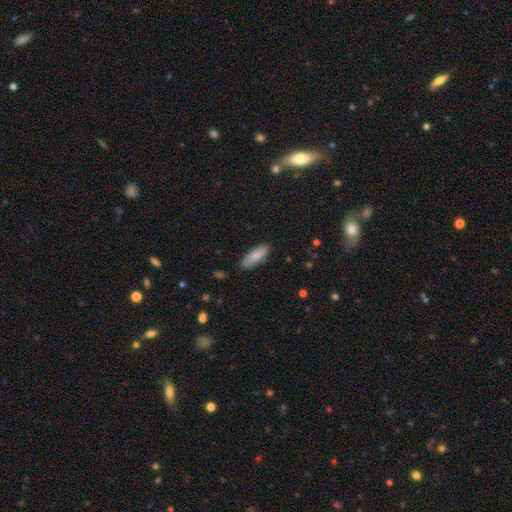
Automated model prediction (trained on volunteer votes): Smooth or featured? Predicted: smooth (p=0.83). How rounded? Predicted: in between (p=0.55). Merging? Predicted: none (p=0.86).